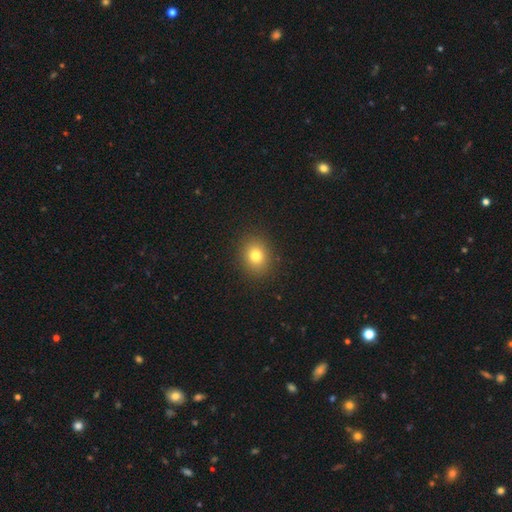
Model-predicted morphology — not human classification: smooth 79%, star or artifact 13%, featured or disk 8%. Down the decision tree: how rounded — round (62%); merging — none (90%).